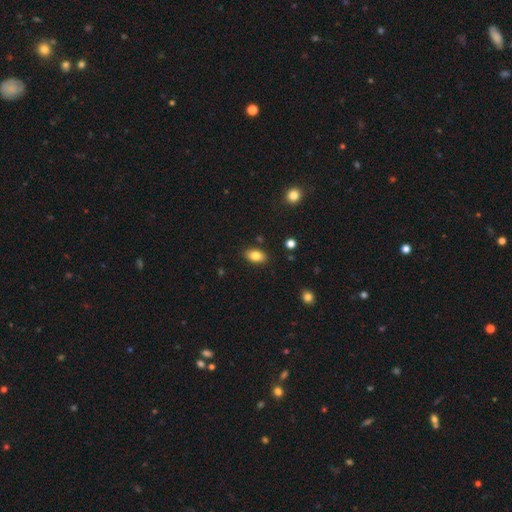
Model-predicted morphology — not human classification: type=smooth (83%); roundness=in between (90%); merging=none (87%).